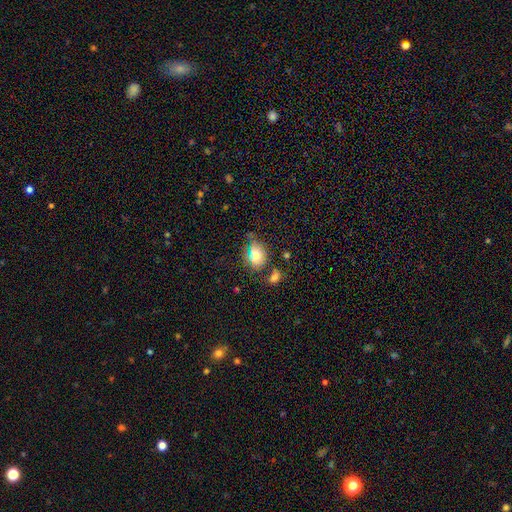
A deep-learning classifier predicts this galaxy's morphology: smooth 73%, featured or disk 15%, star or artifact 12%. Down the decision tree: how rounded — in between (52%); merging — none (57%).